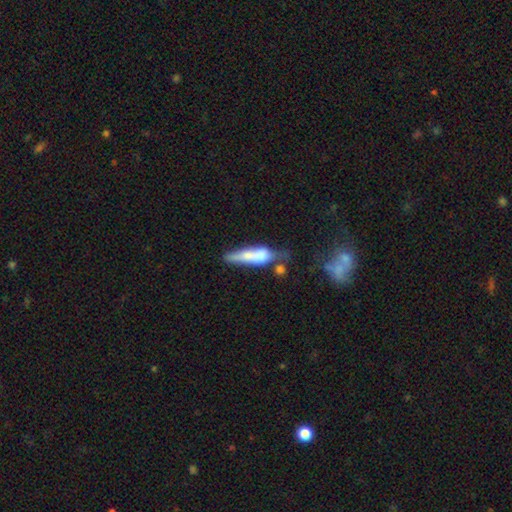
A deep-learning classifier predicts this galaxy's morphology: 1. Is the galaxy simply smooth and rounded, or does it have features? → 62% smooth, 30% featured or disk, 8% star or artifact.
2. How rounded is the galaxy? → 67% cigar-shaped, 30% in between, 3% round.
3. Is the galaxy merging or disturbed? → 30% none, 26% minor disturbance, 25% merger, 19% major disturbance.